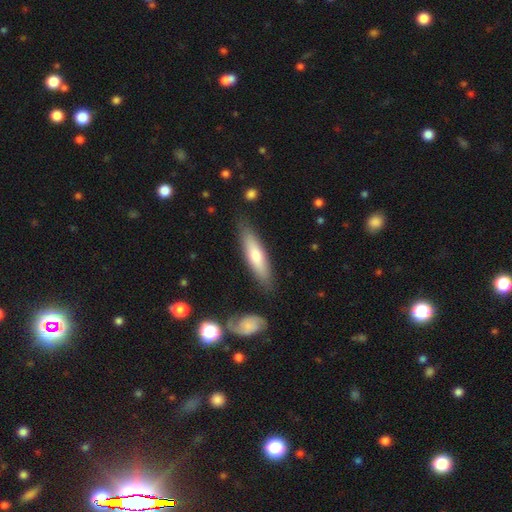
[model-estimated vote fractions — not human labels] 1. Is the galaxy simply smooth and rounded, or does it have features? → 58% smooth, 35% featured or disk, 6% star or artifact.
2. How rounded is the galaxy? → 74% cigar-shaped, 24% in between, 2% round.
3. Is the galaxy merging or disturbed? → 83% none, 12% minor disturbance, 3% merger, 3% major disturbance.